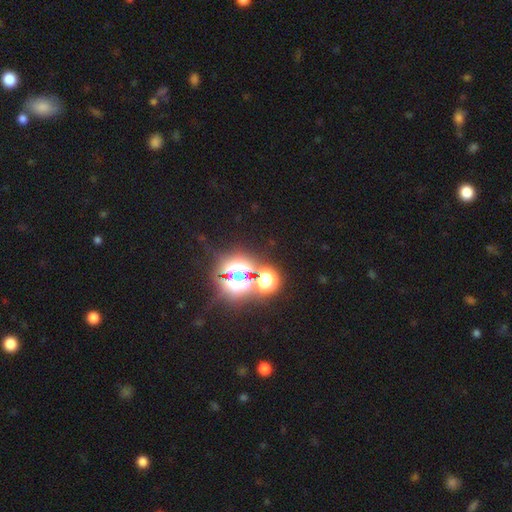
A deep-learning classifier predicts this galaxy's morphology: Smooth or featured? Predicted: star or artifact (p=0.79).